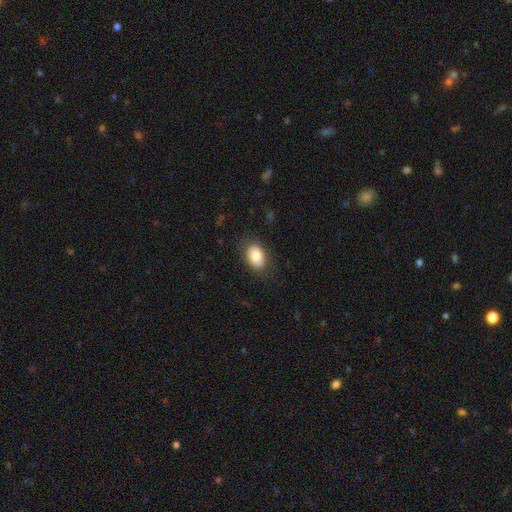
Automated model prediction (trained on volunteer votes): A smooth galaxy with no disk features (81%) that is in between round and cigar-shaped (84%).

Vote fractions:
- Smooth or featured? smooth: 81% / featured or disk: 12% / star or artifact: 7%
- How rounded? in between: 84% / round: 14% / cigar-shaped: 1%
- Merging? none: 80% / minor disturbance: 14% / major disturbance: 5% / merger: 1%